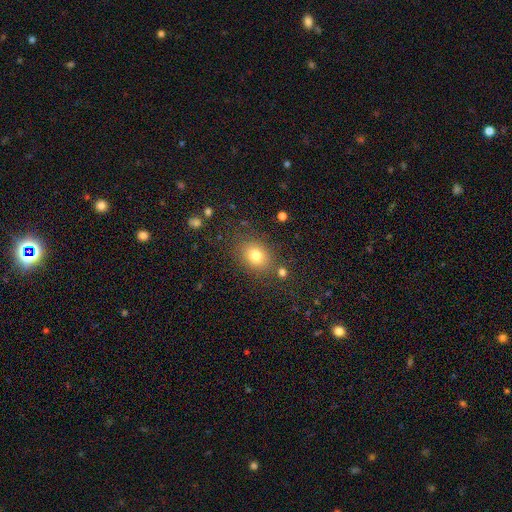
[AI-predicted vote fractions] smooth_or_featured: smooth (p=0.78) [alt: star or artifact p=0.12]
how_rounded: in between (p=0.56) [alt: round p=0.43]
merging: none (p=0.80) [alt: minor disturbance p=0.11]